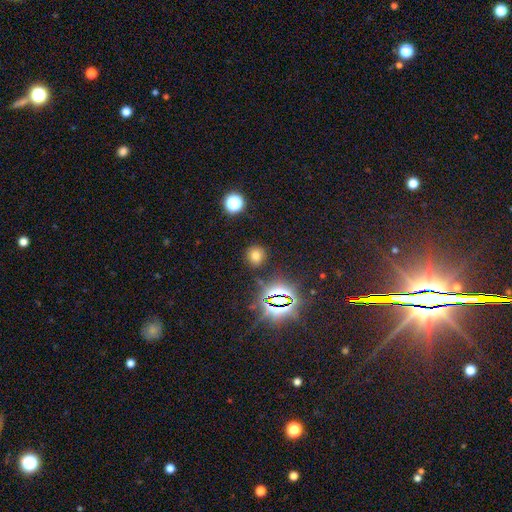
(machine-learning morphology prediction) A smooth galaxy with no disk features (66%) that is round (83%). Merging: none (86%).